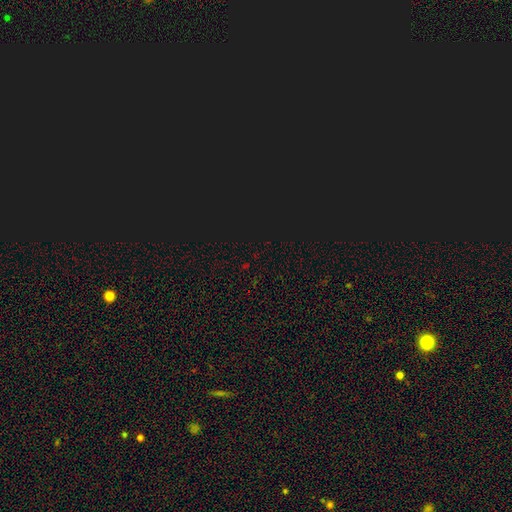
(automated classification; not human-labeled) Overall: star or artifact (78%).